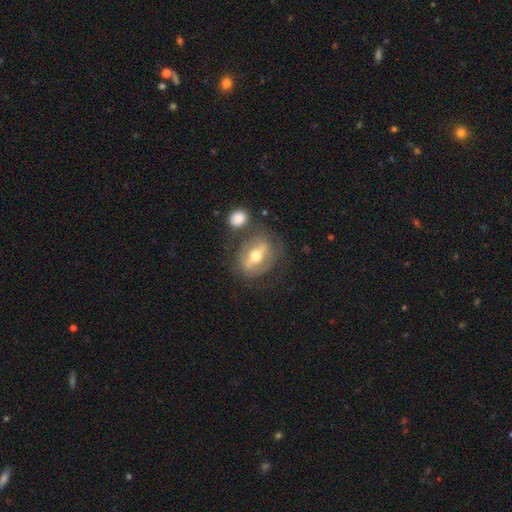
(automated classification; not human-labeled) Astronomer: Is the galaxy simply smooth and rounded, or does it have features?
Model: featured or disk — 65%.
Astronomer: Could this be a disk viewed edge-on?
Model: no — 83%.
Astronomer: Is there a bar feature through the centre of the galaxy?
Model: strong — 62%.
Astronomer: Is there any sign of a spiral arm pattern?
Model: no — 68%.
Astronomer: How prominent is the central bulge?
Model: moderate — 74%.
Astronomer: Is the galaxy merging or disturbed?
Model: none — 66%.